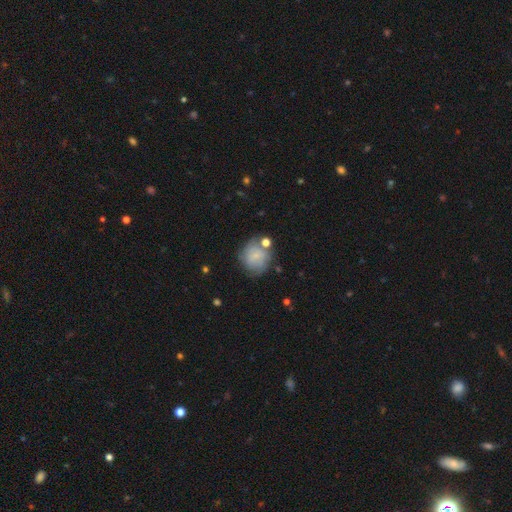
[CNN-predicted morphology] A smooth galaxy with no disk features (62%) that is round (81%). Merging: none (58%).